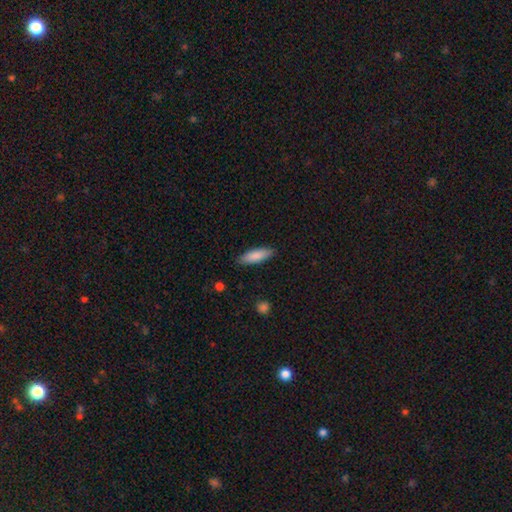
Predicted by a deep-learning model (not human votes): Smooth or featured: smooth — 85% (featured or disk — 9%)
How rounded: in between — 50% (cigar-shaped — 48%)
Merging: none — 87% (minor disturbance — 10%)